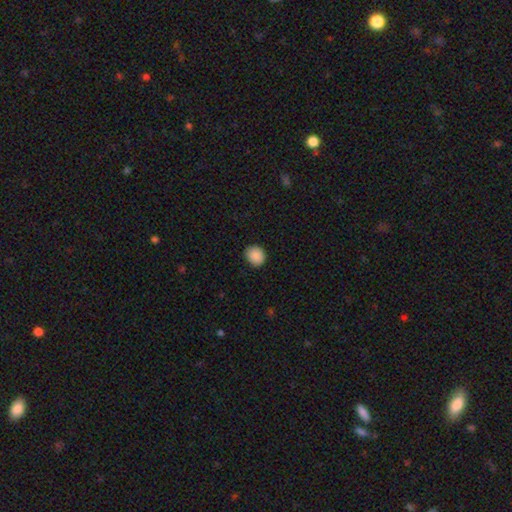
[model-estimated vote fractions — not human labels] Morphology: type=smooth (89%); roundness=round (71%); merging=none (88%).